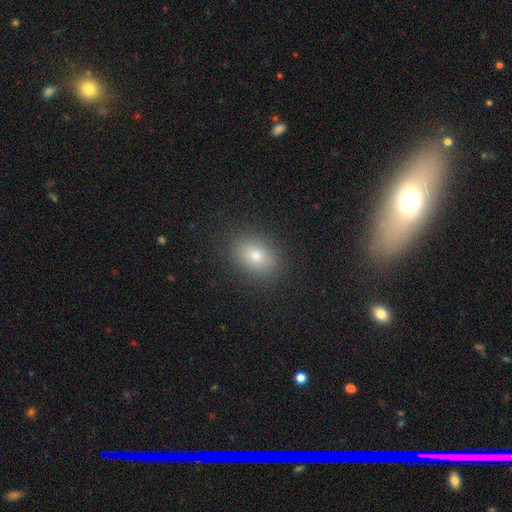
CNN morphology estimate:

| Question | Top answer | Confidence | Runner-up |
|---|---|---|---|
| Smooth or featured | smooth | 76% | star or artifact (13%) |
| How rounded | in between | 64% | round (35%) |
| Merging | none | 88% | minor disturbance (8%) |